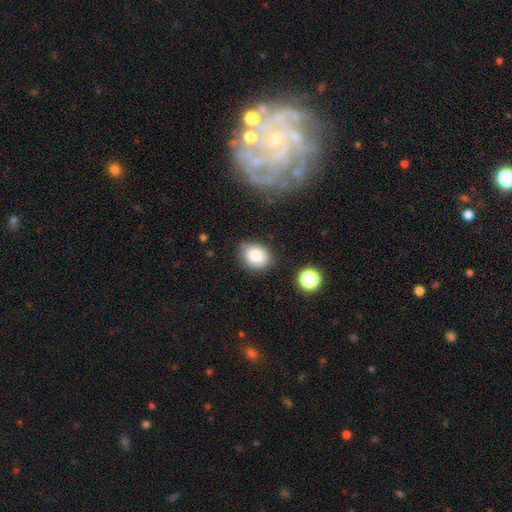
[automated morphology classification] This is clearly a smooth galaxy (84%). How rounded: possibly in between (56%). Merging: likely none (78%).